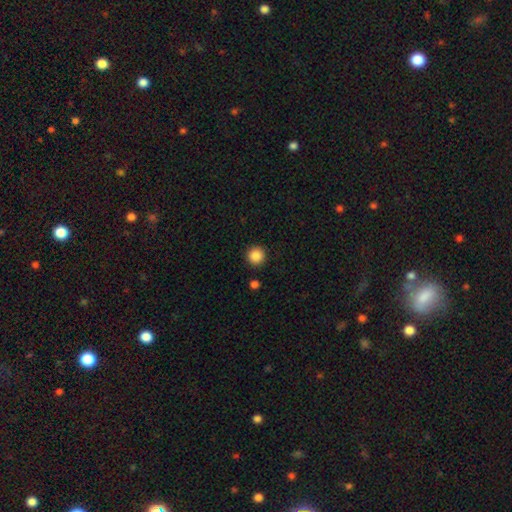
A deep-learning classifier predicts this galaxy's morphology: A smooth galaxy with no disk features (88%) that is round (95%).

Vote fractions:
- Smooth or featured? smooth: 88% / star or artifact: 9% / featured or disk: 3%
- How rounded? round: 95% / in between: 4% / cigar-shaped: 1%
- Merging? none: 92% / minor disturbance: 5% / major disturbance: 2% / merger: 2%